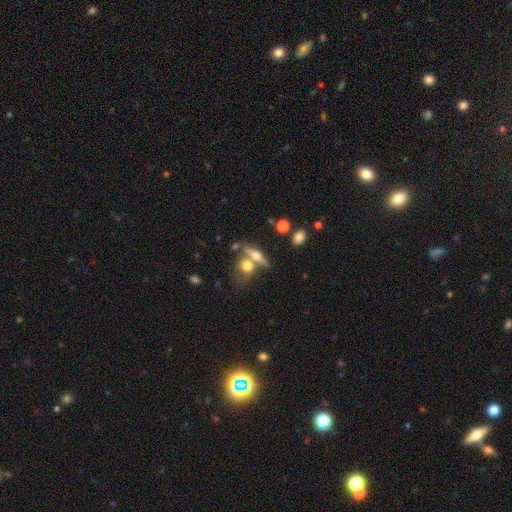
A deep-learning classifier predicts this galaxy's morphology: smooth_or_featured: featured or disk (p=0.48) [alt: smooth p=0.43]
merging: none (p=0.56) [alt: merger p=0.29]